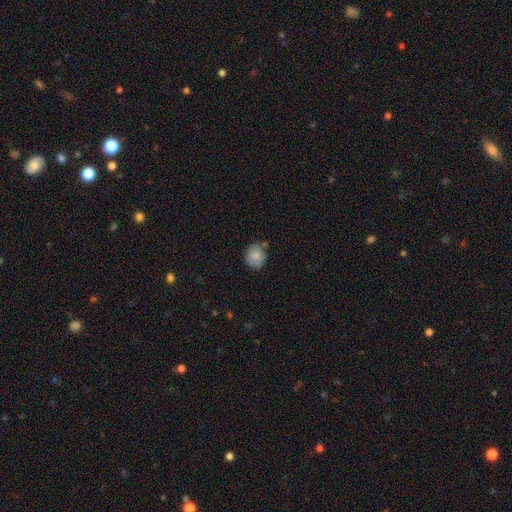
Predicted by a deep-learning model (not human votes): smooth_or_featured: smooth (p=0.84) [alt: featured or disk p=0.08]
how_rounded: round (p=0.70) [alt: in between p=0.29]
merging: none (p=0.68) [alt: minor disturbance p=0.22]